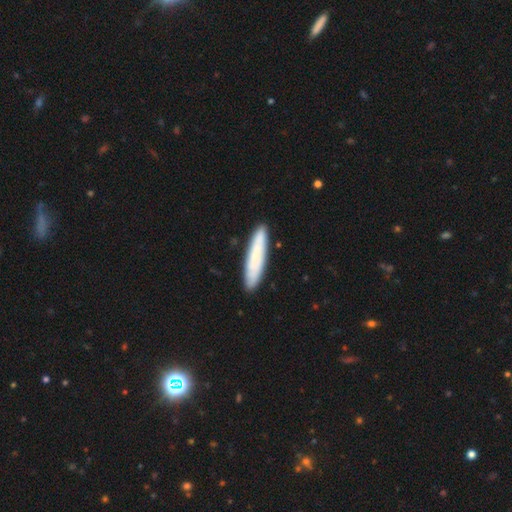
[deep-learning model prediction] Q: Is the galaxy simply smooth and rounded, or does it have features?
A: smooth — 72%.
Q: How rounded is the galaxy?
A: cigar-shaped — 88%.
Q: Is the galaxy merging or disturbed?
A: none — 88%.